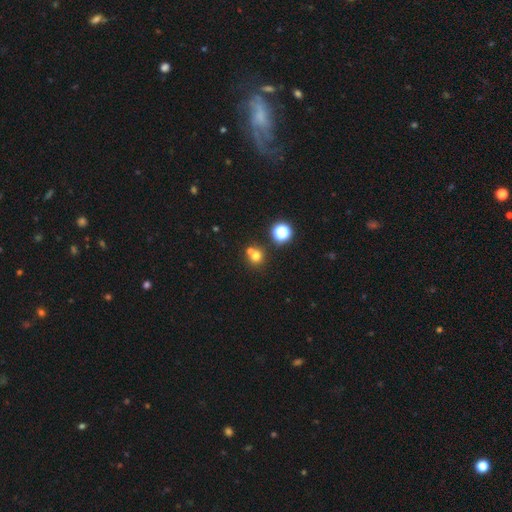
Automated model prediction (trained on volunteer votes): smooth 69%, star or artifact 21%, featured or disk 10%. Down the decision tree: how rounded — round (87%); merging — none (55%).